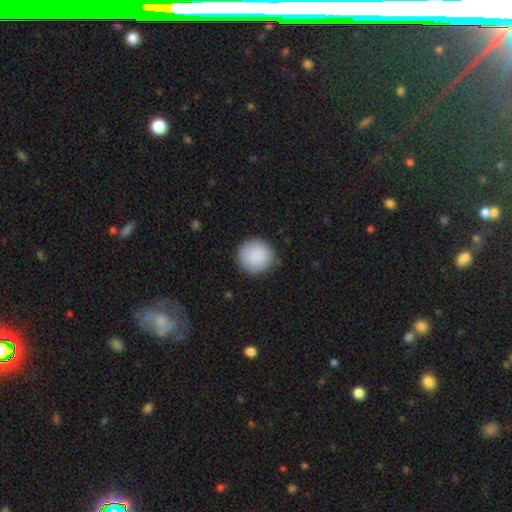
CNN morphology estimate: The model was most divided on "merging": none: 89%, minor disturbance: 8%, major disturbance: 2%, merger: 1%. More confident: how rounded — round (94%); smooth or featured — smooth (89%).